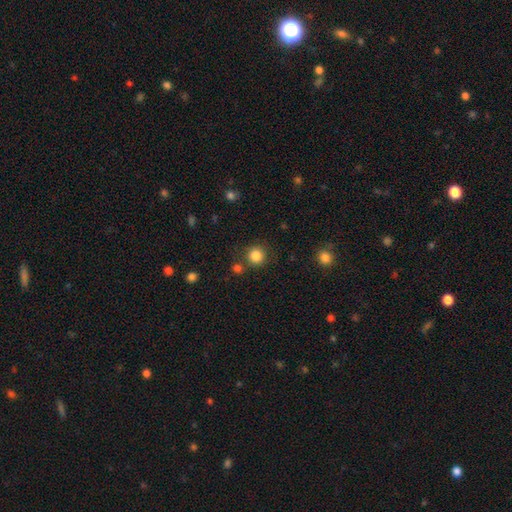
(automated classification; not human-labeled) Q: Smooth or featured?
A: smooth (85%); runner-up: star or artifact (11%)
Q: How rounded?
A: round (92%); runner-up: in between (7%)
Q: Merging?
A: none (81%); runner-up: minor disturbance (8%)